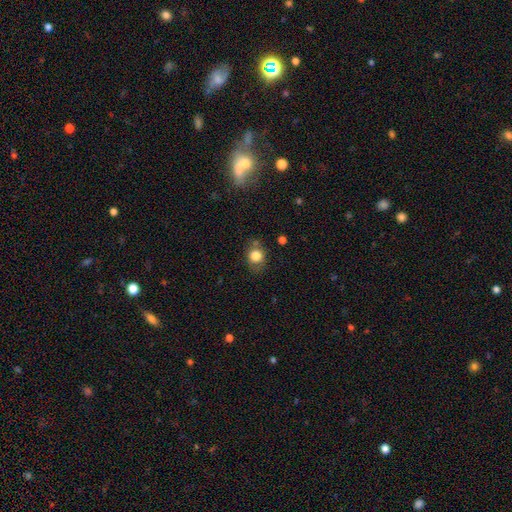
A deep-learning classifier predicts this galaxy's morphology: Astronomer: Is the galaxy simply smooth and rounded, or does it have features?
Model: smooth — 81%.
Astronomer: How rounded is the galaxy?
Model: round — 65%.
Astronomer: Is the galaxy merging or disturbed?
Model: none — 67%.